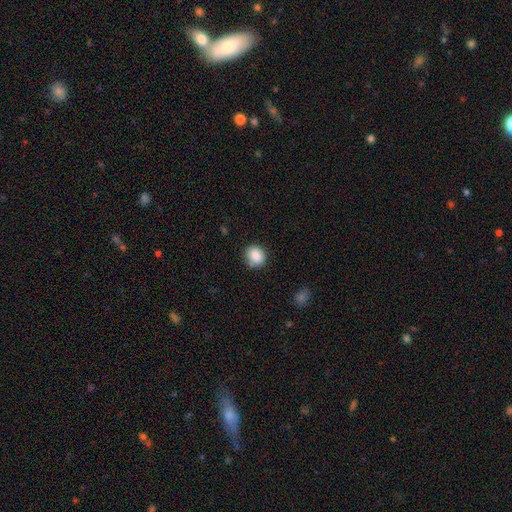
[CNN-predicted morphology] smooth-or-featured: smooth: 85% | star or artifact: 9% | featured or disk: 6%
  how-rounded: round: 72% | in between: 27% | cigar-shaped: 1%
  merging: none: 80% | minor disturbance: 14% | merger: 3% | major disturbance: 3%